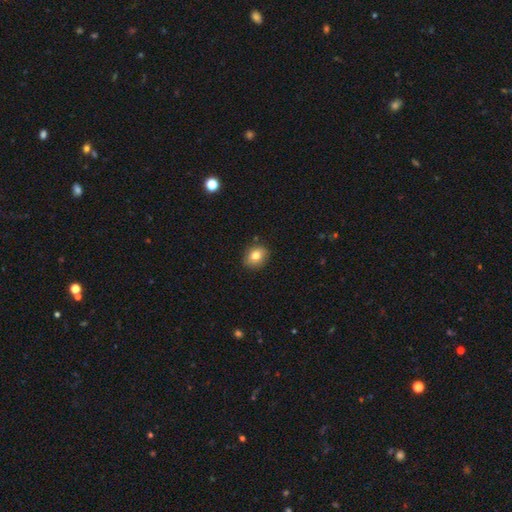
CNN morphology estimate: Smooth or featured?
  - smooth: 80% *
  - featured or disk: 10%
  - star or artifact: 10%
How rounded?
  - round: 57% *
  - in between: 42%
  - cigar-shaped: 1%
Merging?
  - none: 87% *
  - minor disturbance: 9%
  - major disturbance: 2%
  - merger: 1%